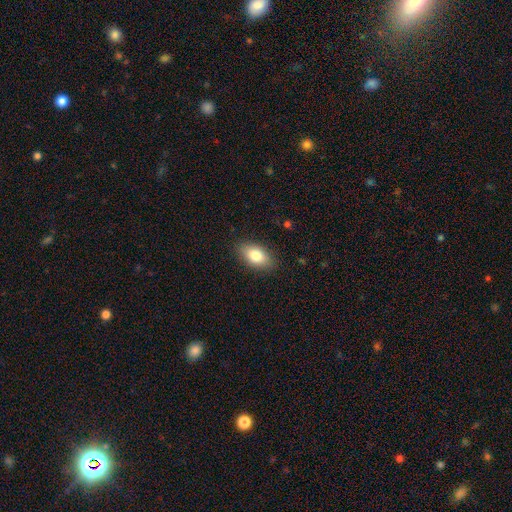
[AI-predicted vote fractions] A smooth galaxy with no disk features (81%) that is in between round and cigar-shaped (90%). Merging: none (87%).